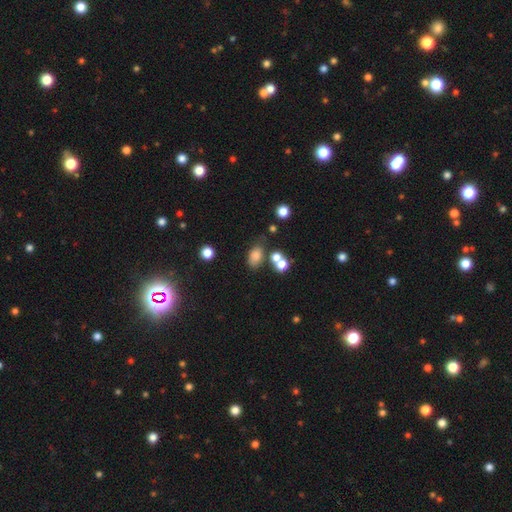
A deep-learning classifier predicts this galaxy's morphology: type=smooth (77%); roundness=in between (82%); merging=none (56%).